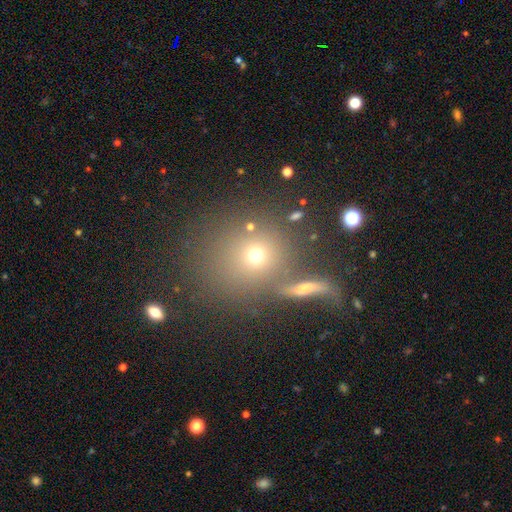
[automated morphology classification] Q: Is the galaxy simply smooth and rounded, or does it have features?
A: smooth — 66%.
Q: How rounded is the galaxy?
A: round — 80%.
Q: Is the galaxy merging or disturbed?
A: none — 61%.